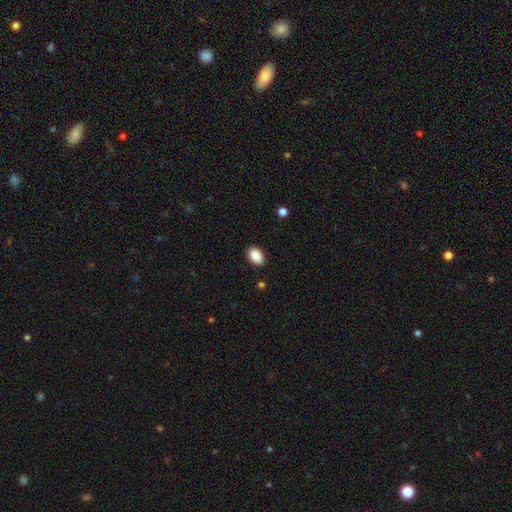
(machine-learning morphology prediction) The model was most divided on "merging": none: 88%, minor disturbance: 9%, major disturbance: 2%, merger: 1%. More confident: how rounded — in between (90%); smooth or featured — smooth (89%).